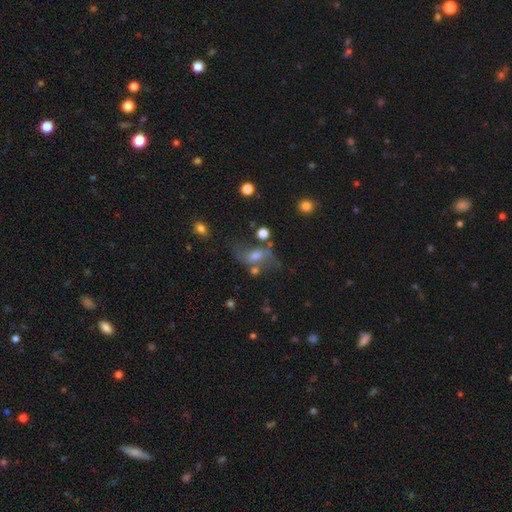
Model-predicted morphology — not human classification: featured or disk 46%, smooth 37%, star or artifact 18%. Down the decision tree: merging — none (46%).